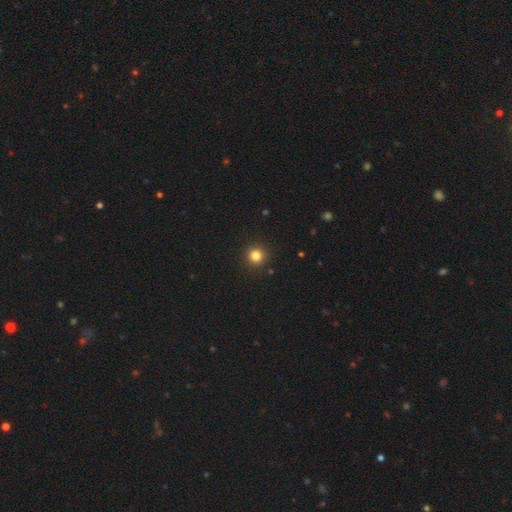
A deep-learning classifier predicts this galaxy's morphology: Smooth or featured? Predicted: smooth (p=0.82). How rounded? Predicted: round (p=0.94). Merging? Predicted: none (p=0.92).